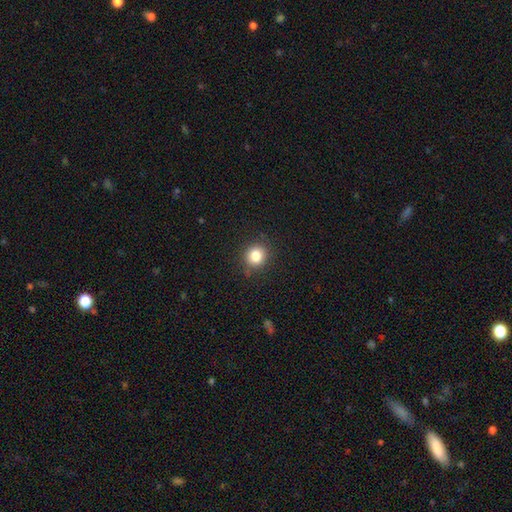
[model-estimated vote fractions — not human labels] Q: Smooth or featured?
A: smooth (83%); runner-up: star or artifact (11%)
Q: How rounded?
A: round (83%); runner-up: in between (16%)
Q: Merging?
A: none (86%); runner-up: minor disturbance (10%)